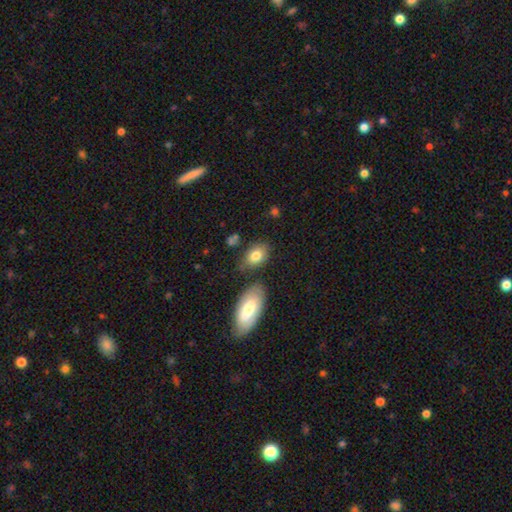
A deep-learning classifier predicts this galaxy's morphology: Q: Smooth or featured?
A: smooth (80%); runner-up: featured or disk (13%)
Q: How rounded?
A: in between (84%); runner-up: round (14%)
Q: Merging?
A: none (69%); runner-up: minor disturbance (17%)